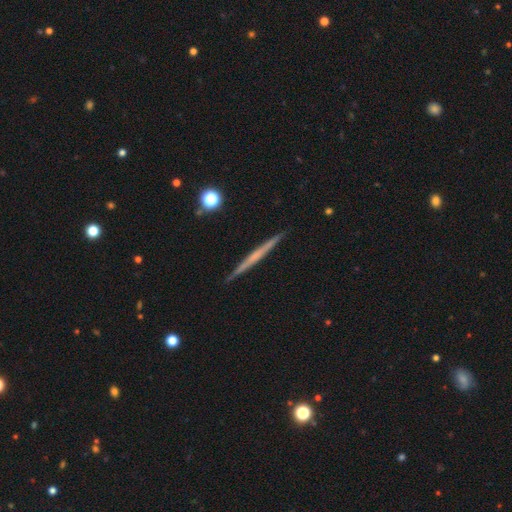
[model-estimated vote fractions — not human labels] A featured or disk galaxy (62%) viewed edge-on (98%) with no central bulge (79%).

Vote fractions:
- Smooth or featured? featured or disk: 62% / smooth: 32% / star or artifact: 6%
- Edge-on disk? yes: 98% / no: 2%
- Edge-on bulge? none: 79% / rounded: 15% / boxy: 5%
- Merging? none: 92% / minor disturbance: 6% / major disturbance: 1% / merger: 1%